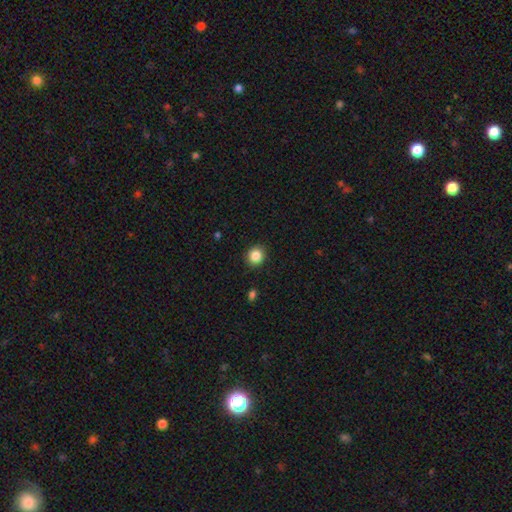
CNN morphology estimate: The model was most divided on "how rounded": round: 86%, in between: 13%, cigar-shaped: 1%. More confident: merging — none (90%); smooth or featured — smooth (86%).